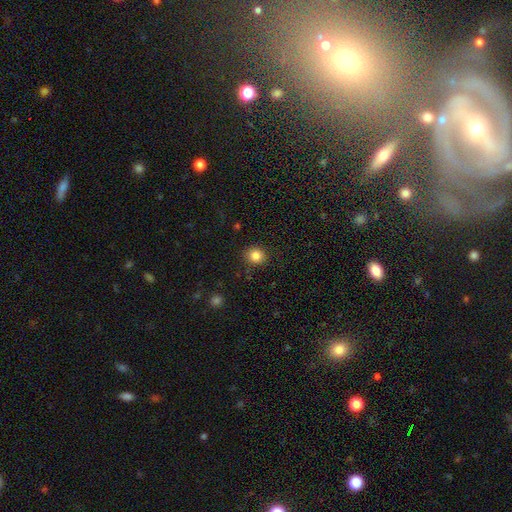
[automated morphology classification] The model was most divided on "how rounded": round: 84%, in between: 15%, cigar-shaped: 1%. More confident: merging — none (89%); smooth or featured — smooth (84%).